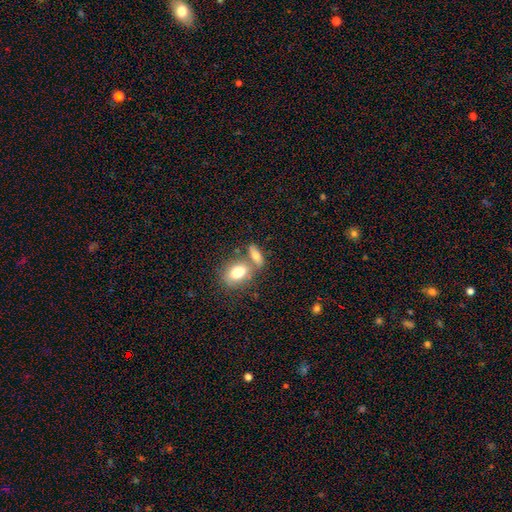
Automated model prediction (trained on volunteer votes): The model was most divided on "merging": none: 46%, merger: 38%, minor disturbance: 11%, major disturbance: 5%. More confident: smooth or featured — smooth (73%); how rounded — in between (72%).